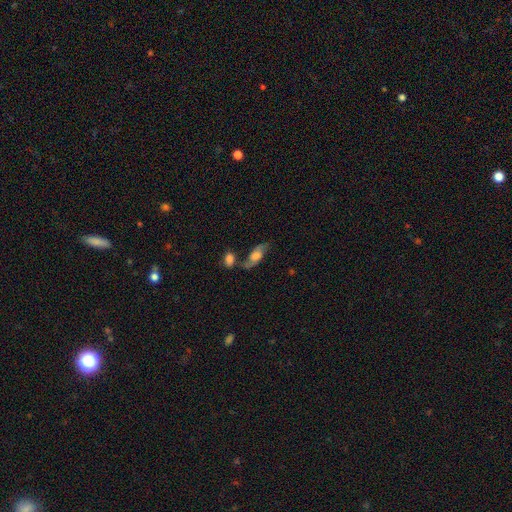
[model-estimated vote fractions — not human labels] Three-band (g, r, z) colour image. It shows a featured or disk galaxy (60%) with no bar (59%), spiral arms (85%) and a large central bulge (40%). Merging: none (51%).